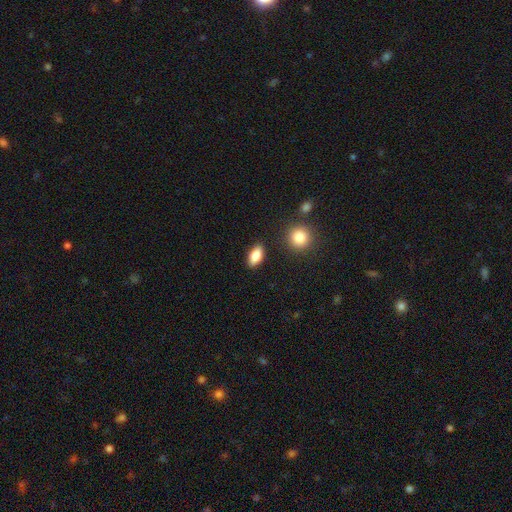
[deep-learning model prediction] The model was most divided on "smooth or featured": smooth: 83%, featured or disk: 10%, star or artifact: 7%. More confident: how rounded — in between (88%); merging — none (87%).